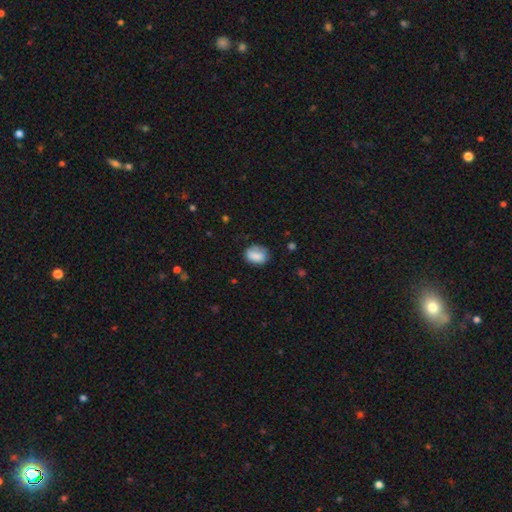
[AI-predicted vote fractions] This is clearly a smooth galaxy (80%). How rounded: likely in between (70%). Merging: likely none (62%).